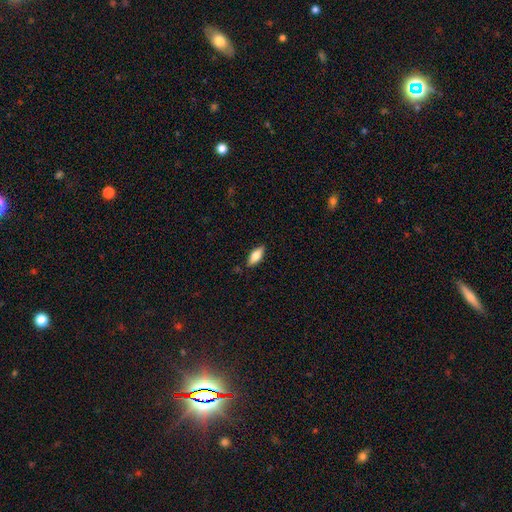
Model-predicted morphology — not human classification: smooth 69%, featured or disk 24%, star or artifact 6%. Down the decision tree: how rounded — in between (77%); merging — none (85%).